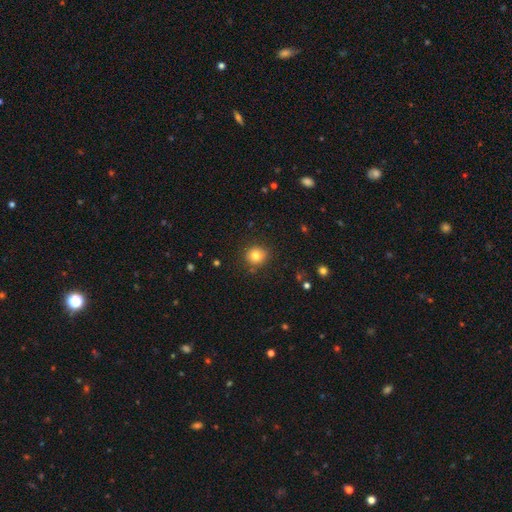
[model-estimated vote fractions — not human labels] Q: Smooth or featured?
A: smooth (81%); runner-up: star or artifact (11%)
Q: How rounded?
A: round (87%); runner-up: in between (12%)
Q: Merging?
A: none (86%); runner-up: minor disturbance (10%)